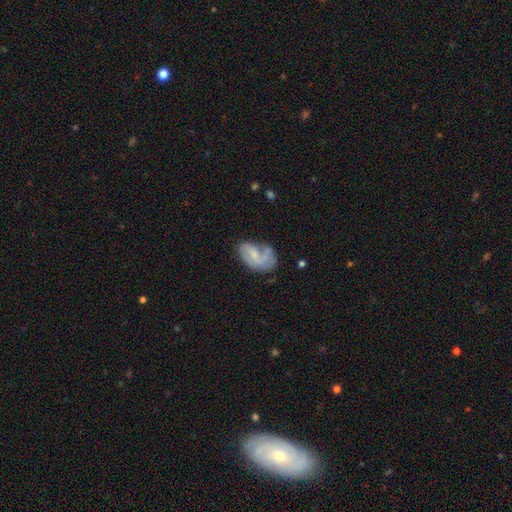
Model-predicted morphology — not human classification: Smooth or featured? featured or disk (58%)
Edge-on disk? no (96%)
Bar? no (57%)
Spiral arms? yes (70%)
Bulge size? small (61%)
Merging? none (39%)